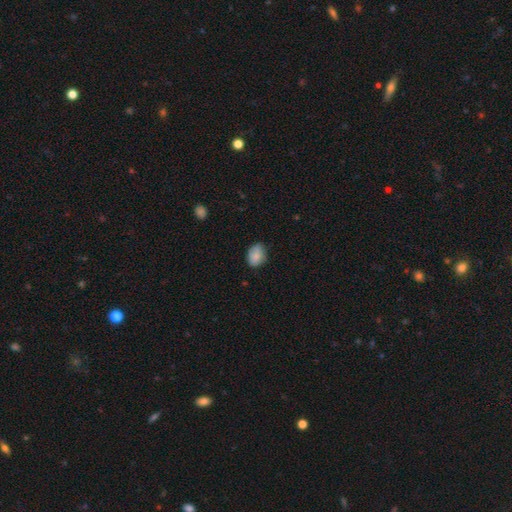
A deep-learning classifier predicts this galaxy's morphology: The model was most divided on "merging": none: 68%, minor disturbance: 26%, major disturbance: 4%, merger: 1%. More confident: smooth or featured — smooth (84%); how rounded — in between (72%).